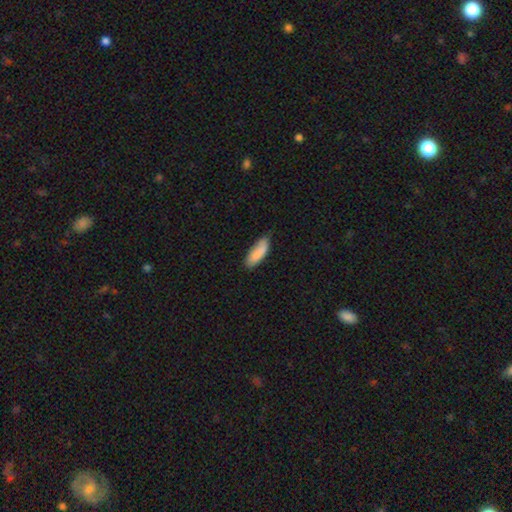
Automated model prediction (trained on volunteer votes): This appears to be a smooth galaxy with no disk features (86%) that is in between round and cigar-shaped (63%). Merging: none (64%).